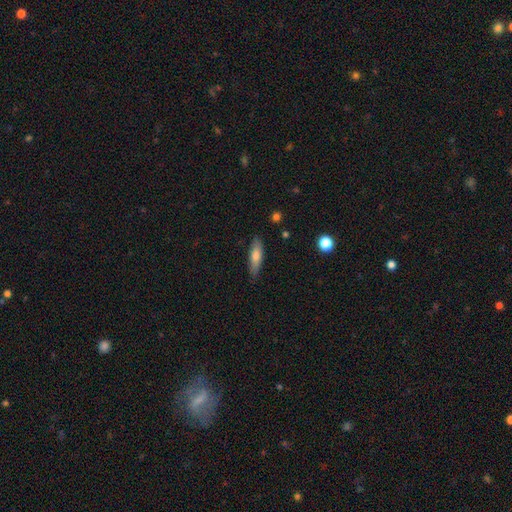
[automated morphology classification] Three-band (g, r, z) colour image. It shows a smooth galaxy with no disk features (71%) that is cigar-shaped (64%). Merging: none (83%).